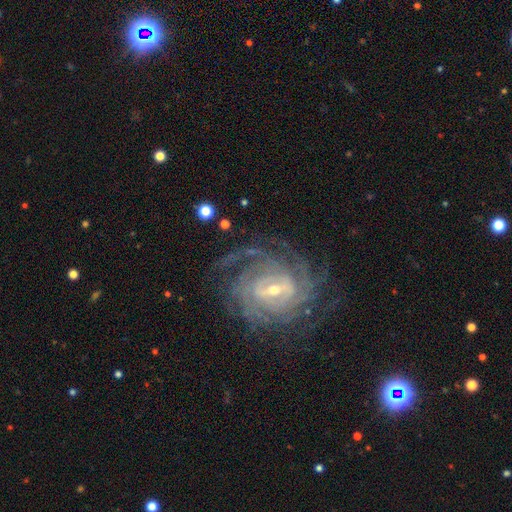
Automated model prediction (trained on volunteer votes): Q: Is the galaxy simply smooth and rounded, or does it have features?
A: featured or disk — 86%.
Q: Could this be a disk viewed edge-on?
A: no — 97%.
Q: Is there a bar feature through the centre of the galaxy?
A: weak — 47%.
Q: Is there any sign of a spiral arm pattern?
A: yes — 97%.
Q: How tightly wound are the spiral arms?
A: tight — 72%.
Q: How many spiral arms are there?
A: can't tell — 27%.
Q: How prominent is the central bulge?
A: small — 66%.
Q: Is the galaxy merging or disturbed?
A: none — 76%.